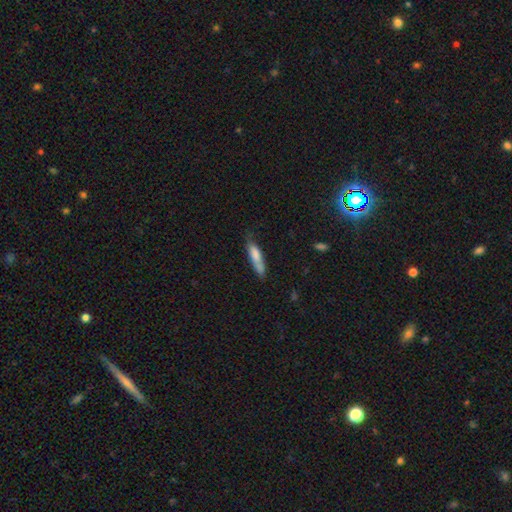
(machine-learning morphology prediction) smooth-or-featured: smooth: 75% | featured or disk: 18% | star or artifact: 6%
  how-rounded: cigar-shaped: 70% | in between: 29% | round: 2%
  merging: none: 57% | minor disturbance: 29% | major disturbance: 8% | merger: 6%